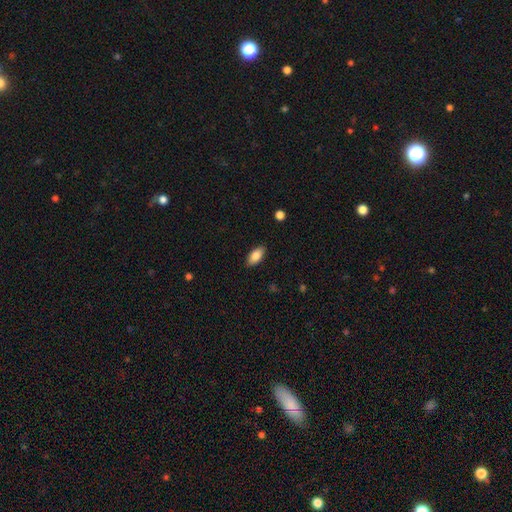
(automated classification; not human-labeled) smooth 83%, featured or disk 10%, star or artifact 7%. Down the decision tree: how rounded — in between (90%); merging — none (88%).